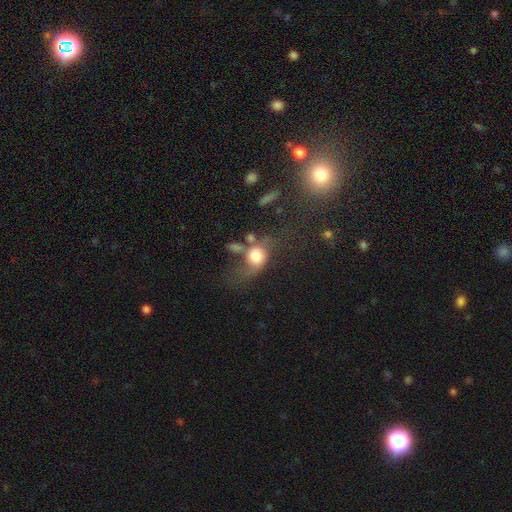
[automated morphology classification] Q: Smooth or featured?
A: smooth (62%); runner-up: featured or disk (28%)
Q: How rounded?
A: in between (49%); runner-up: round (48%)
Q: Merging?
A: major disturbance (32%); runner-up: none (28%)